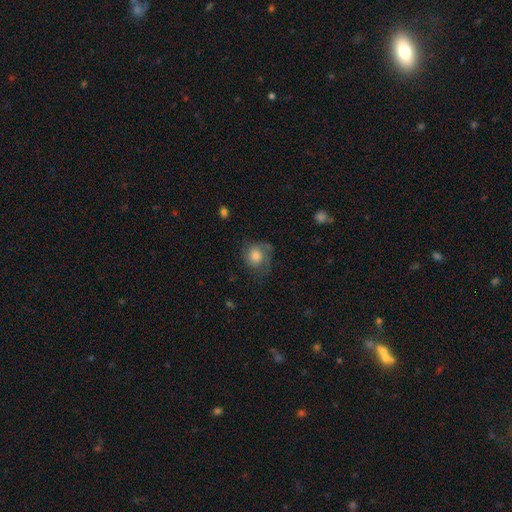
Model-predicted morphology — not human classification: Smooth or featured? Predicted: smooth (p=0.66). How rounded? Predicted: round (p=0.77). Merging? Predicted: none (p=0.55).